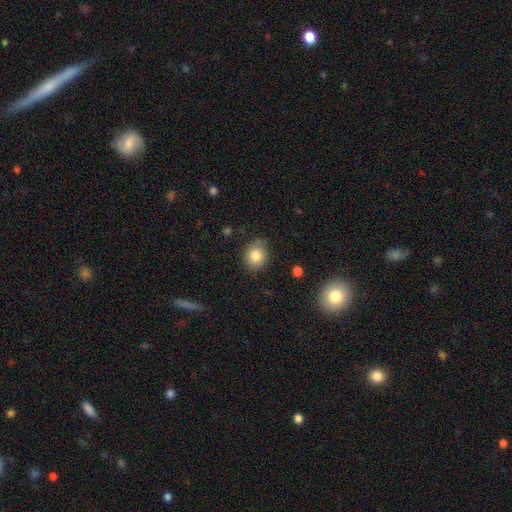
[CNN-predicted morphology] A smooth galaxy with no disk features (82%) that is round (66%). Merging: none (74%).